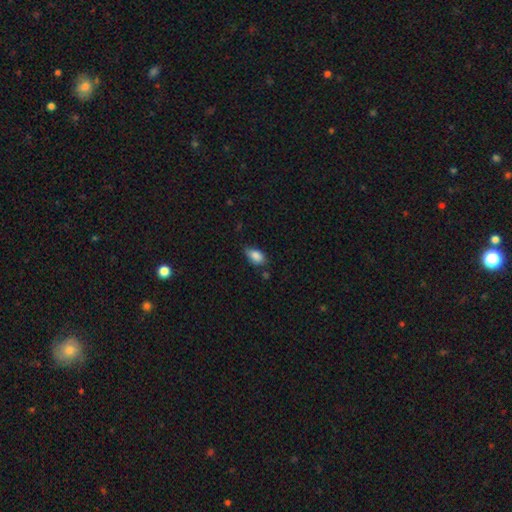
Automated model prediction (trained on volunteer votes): A smooth galaxy with no disk features (86%) that is in between round and cigar-shaped (90%). Merging: none (55%).